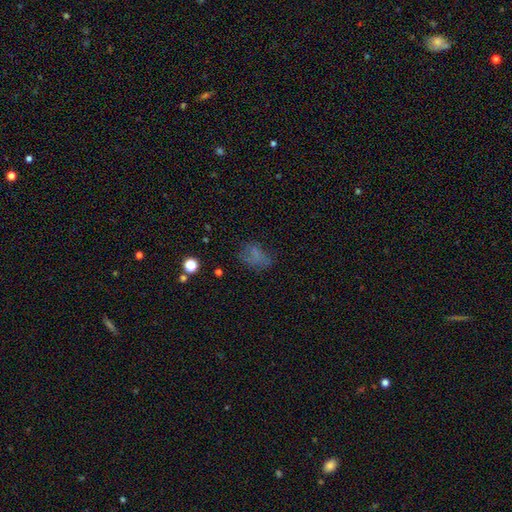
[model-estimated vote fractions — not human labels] A smooth galaxy with no disk features (60%) that is in between round and cigar-shaped (74%). Merging: none (57%).